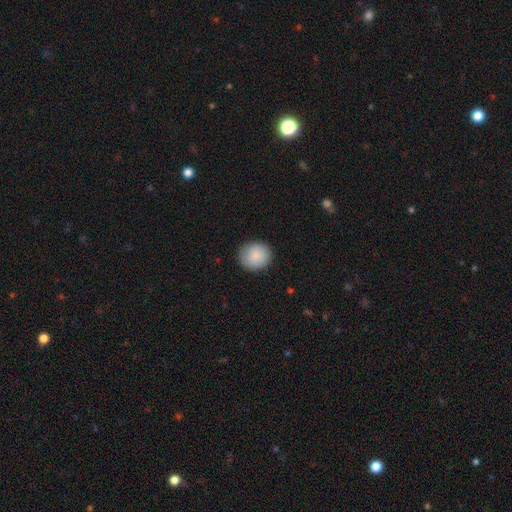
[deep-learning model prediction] Overall: smooth (87%). How rounded: round (82%). Merging: none (87%).